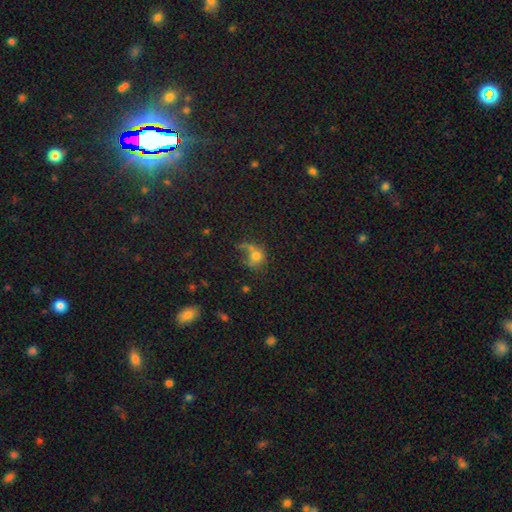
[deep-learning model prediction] A smooth galaxy with no disk features (67%) that is round (72%).

Vote fractions:
- Smooth or featured? smooth: 67% / star or artifact: 17% / featured or disk: 16%
- How rounded? round: 72% / in between: 27% / cigar-shaped: 1%
- Merging? none: 38% / major disturbance: 24% / minor disturbance: 19% / merger: 19%